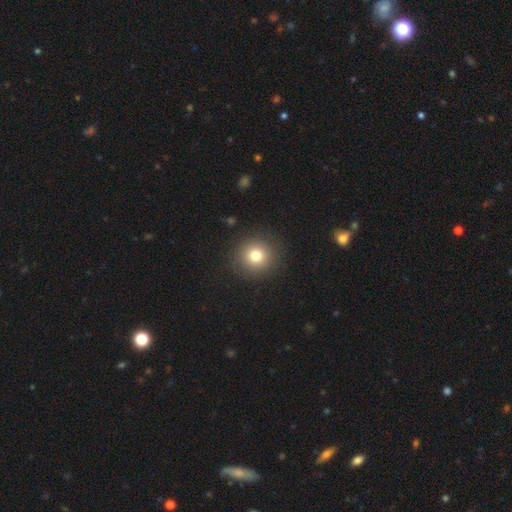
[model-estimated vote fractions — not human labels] smooth_or_featured: smooth (p=0.78) [alt: star or artifact p=0.13]
how_rounded: round (p=0.93) [alt: in between p=0.06]
merging: none (p=0.90) [alt: minor disturbance p=0.06]